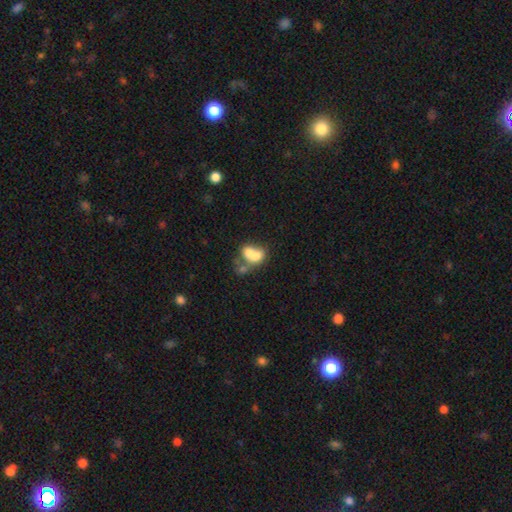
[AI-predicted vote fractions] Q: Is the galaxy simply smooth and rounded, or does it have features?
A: smooth — 64%.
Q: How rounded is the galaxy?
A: in between — 61%.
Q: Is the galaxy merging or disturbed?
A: merger — 68%.